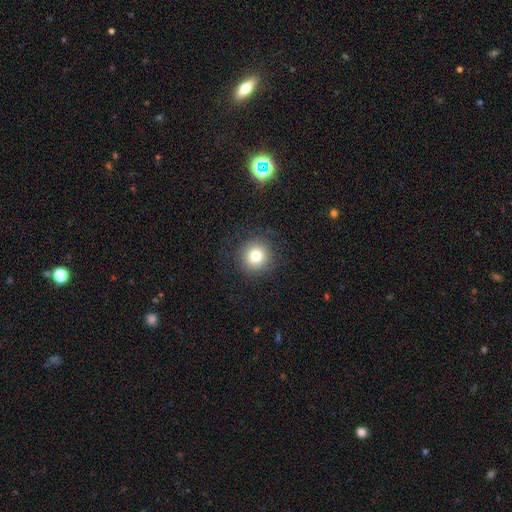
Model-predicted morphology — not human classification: type=smooth (80%); roundness=round (93%); merging=none (88%).